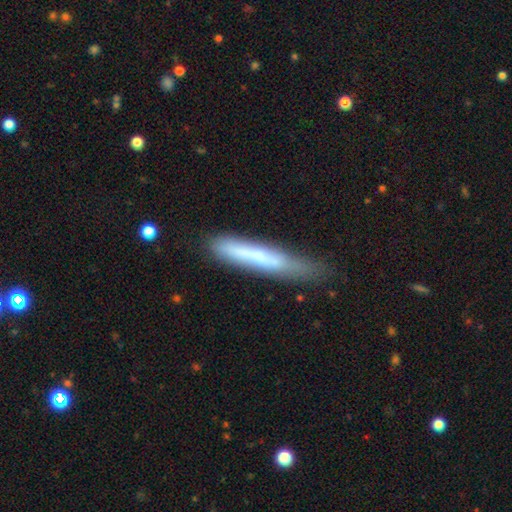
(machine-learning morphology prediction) A smooth galaxy with no disk features (59%) that is cigar-shaped (93%).

Vote fractions:
- Smooth or featured? smooth: 59% / featured or disk: 34% / star or artifact: 7%
- How rounded? cigar-shaped: 93% / in between: 6% / round: 1%
- Merging? none: 64% / minor disturbance: 25% / major disturbance: 7% / merger: 3%